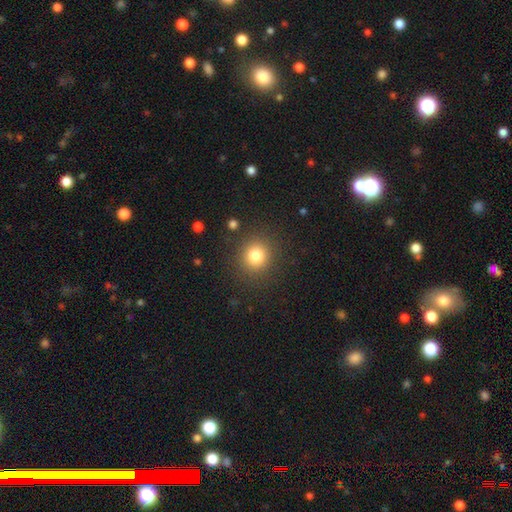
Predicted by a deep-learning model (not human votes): Overall: smooth (80%). How rounded: round (89%). Merging: none (88%).